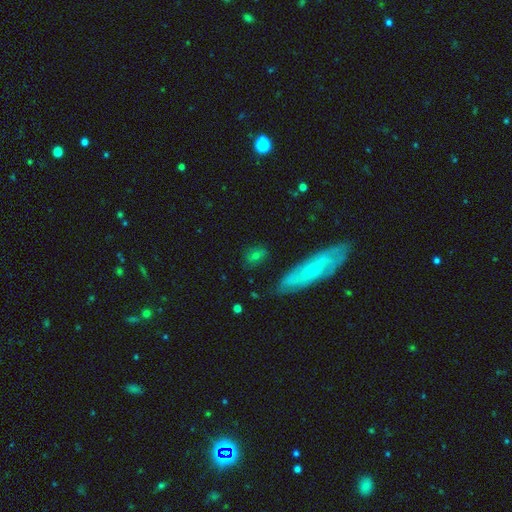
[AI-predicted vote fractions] Smooth or featured?
  - smooth: 70% *
  - featured or disk: 18%
  - star or artifact: 12%
How rounded?
  - in between: 62% *
  - round: 30%
  - cigar-shaped: 8%
Merging?
  - none: 77% *
  - minor disturbance: 15%
  - major disturbance: 5%
  - merger: 4%